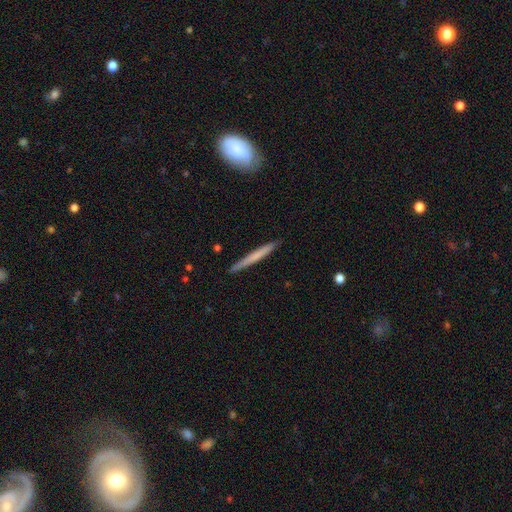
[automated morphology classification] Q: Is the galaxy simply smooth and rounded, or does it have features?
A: smooth — 58%.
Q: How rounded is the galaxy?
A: cigar-shaped — 97%.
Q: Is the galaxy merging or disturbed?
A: none — 91%.